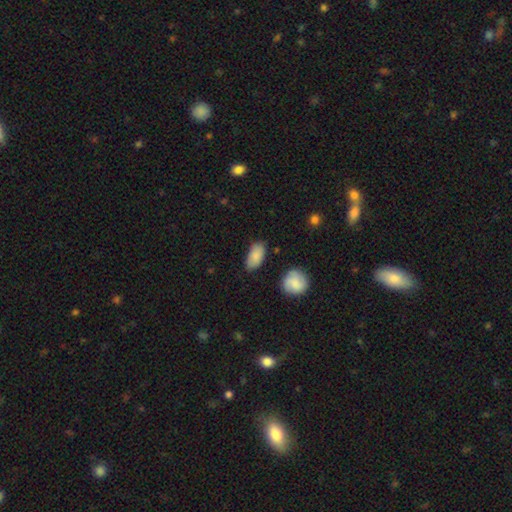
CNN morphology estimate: smooth 85%, featured or disk 8%, star or artifact 6%. Down the decision tree: how rounded — in between (93%); merging — none (76%).